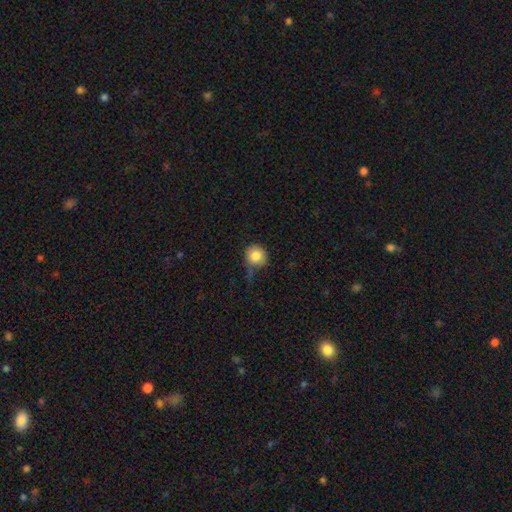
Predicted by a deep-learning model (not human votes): smooth_or_featured: smooth (p=0.82) [alt: featured or disk p=0.09]
how_rounded: round (p=0.87) [alt: in between p=0.12]
merging: none (p=0.49) [alt: minor disturbance p=0.31]